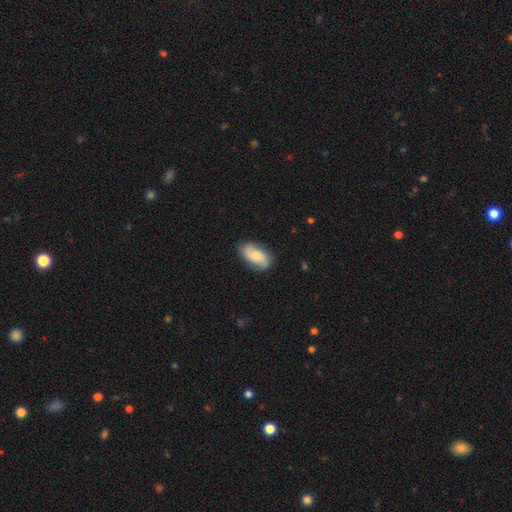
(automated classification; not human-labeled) Overall: smooth (51%; featured or disk 42%). How rounded: in between (91%). Merging: none (81%).